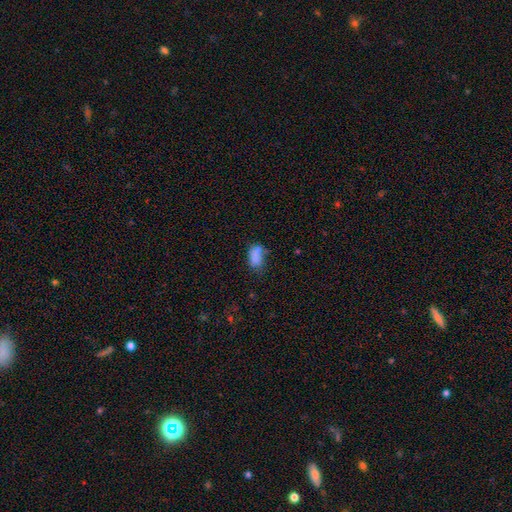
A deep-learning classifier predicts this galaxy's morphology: The model was most divided on "merging": none: 39%, minor disturbance: 29%, major disturbance: 21%, merger: 11%. More confident: how rounded — in between (90%); smooth or featured — smooth (77%).